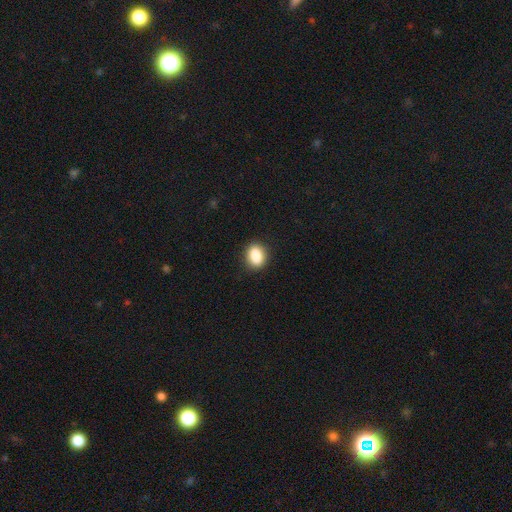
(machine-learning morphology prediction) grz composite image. It shows a smooth galaxy with no disk features (87%) that is in between round and cigar-shaped (69%). Merging: none (88%).